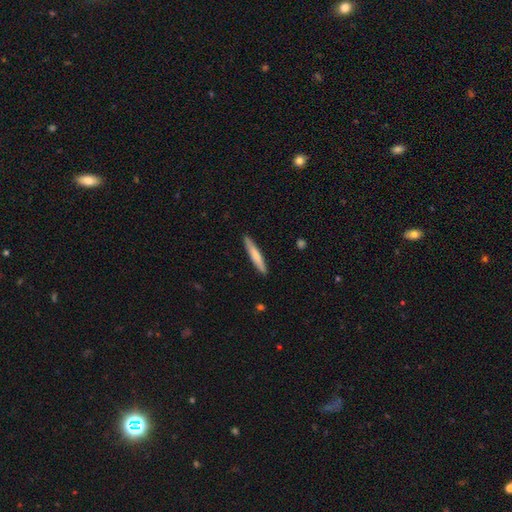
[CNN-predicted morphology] smooth_or_featured: smooth (p=0.69) [alt: featured or disk p=0.26]
how_rounded: cigar-shaped (p=0.93) [alt: in between p=0.05]
merging: none (p=0.91) [alt: minor disturbance p=0.07]